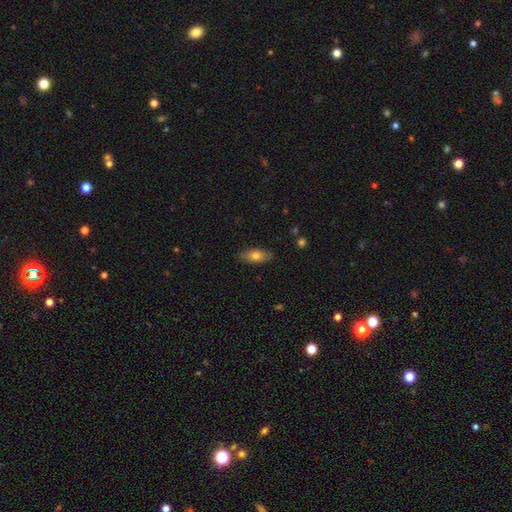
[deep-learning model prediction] Morphology: type=smooth (72%); roundness=in between (80%); merging=none (86%).